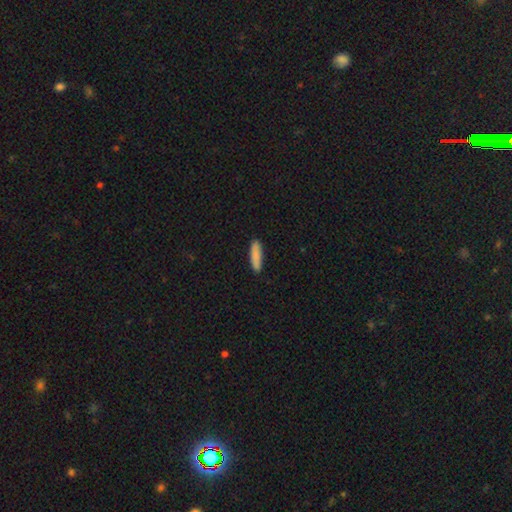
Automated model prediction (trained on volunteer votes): Smooth or featured? smooth (87%)
How rounded? cigar-shaped (74%)
Merging? none (90%)